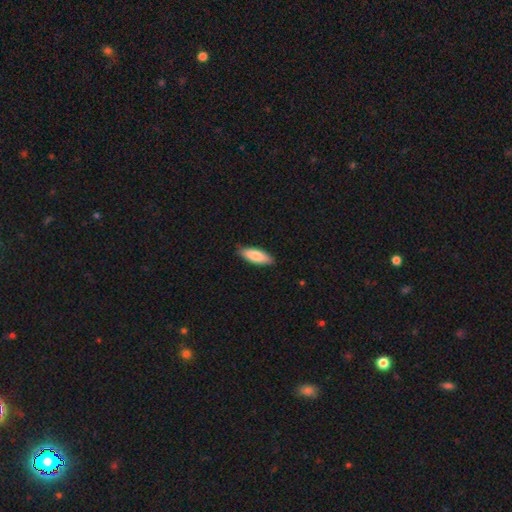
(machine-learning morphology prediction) This is clearly a smooth galaxy (82%). How rounded: likely in between (67%). Merging: clearly none (84%).